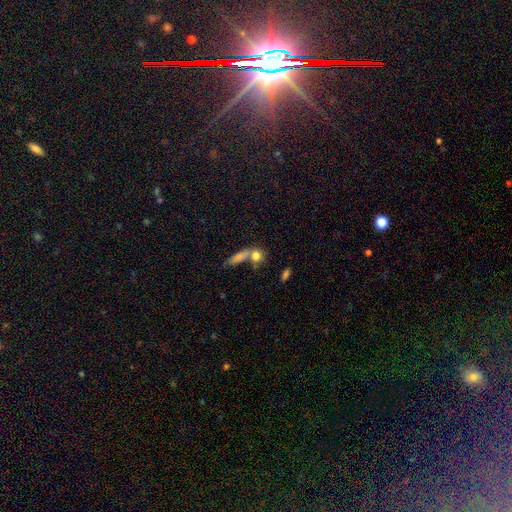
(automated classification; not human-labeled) Overall: smooth (78%). How rounded: round (53%; in between 29%). Merging: none (51%; merger 33%).